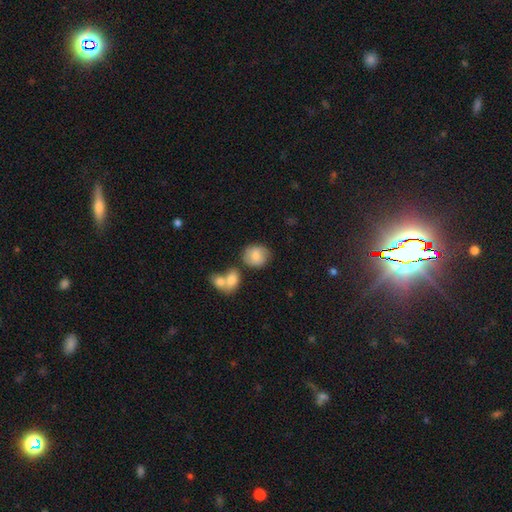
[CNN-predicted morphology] smooth-or-featured: smooth: 74% | featured or disk: 19% | star or artifact: 7%
  how-rounded: round: 70% | in between: 29% | cigar-shaped: 1%
  merging: none: 65% | minor disturbance: 16% | merger: 14% | major disturbance: 5%